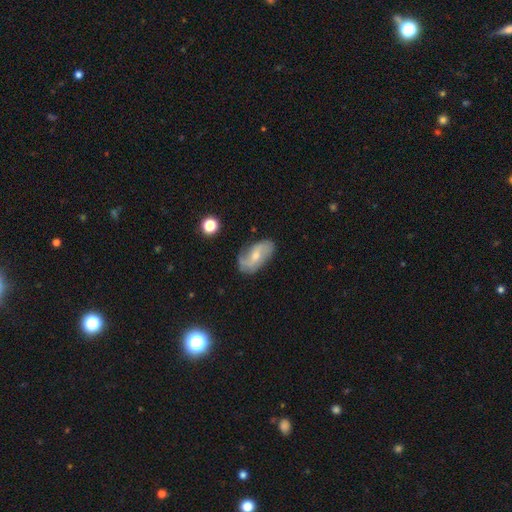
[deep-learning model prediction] Smooth or featured: featured or disk — 66% (smooth — 27%)
Edge-on disk: no — 94% (yes — 6%)
Bar: no — 49% (weak — 42%)
Spiral arms: yes — 88% (no — 12%)
Spiral winding: loose — 50% (medium — 34%)
Spiral arm count: 2 — 74% (can't tell — 14%)
Bulge size: small — 49% (moderate — 45%)
Merging: none — 68% (minor disturbance — 22%)